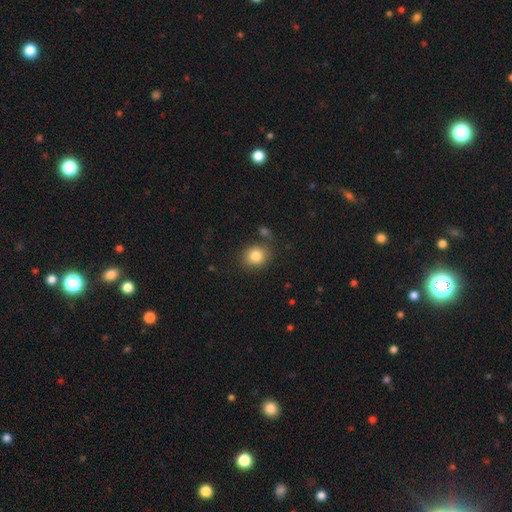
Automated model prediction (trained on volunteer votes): This is clearly a smooth galaxy (83%). How rounded: likely round (72%). Merging: likely none (78%).